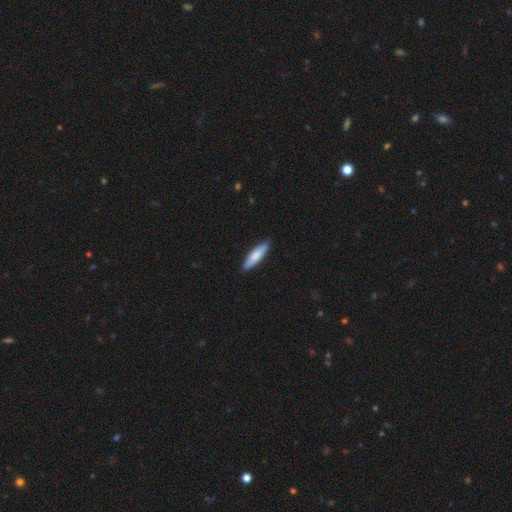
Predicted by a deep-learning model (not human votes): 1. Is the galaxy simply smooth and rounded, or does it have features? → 76% smooth, 19% featured or disk, 5% star or artifact.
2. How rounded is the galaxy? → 71% cigar-shaped, 28% in between, 1% round.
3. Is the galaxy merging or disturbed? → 88% none, 9% minor disturbance, 2% major disturbance, 1% merger.